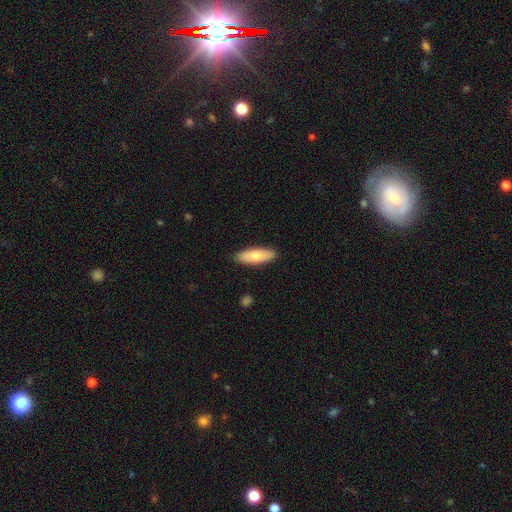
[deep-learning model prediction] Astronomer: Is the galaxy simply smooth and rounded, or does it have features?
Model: smooth — 73%.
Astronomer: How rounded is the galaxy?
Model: in between — 67%.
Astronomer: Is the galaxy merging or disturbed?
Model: none — 89%.